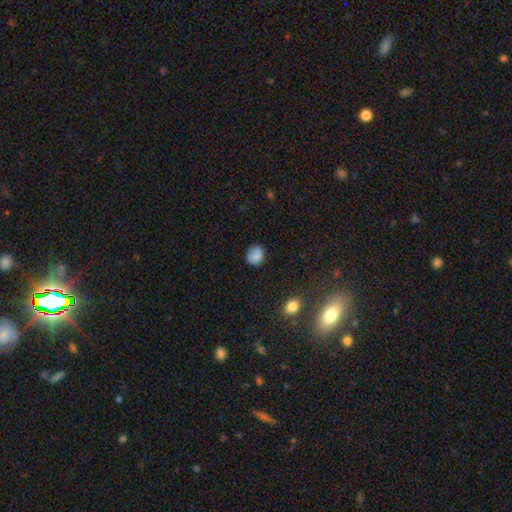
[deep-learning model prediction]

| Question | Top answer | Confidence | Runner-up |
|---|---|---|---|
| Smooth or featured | smooth | 83% | star or artifact (10%) |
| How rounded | round | 70% | in between (29%) |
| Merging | none | 72% | minor disturbance (20%) |